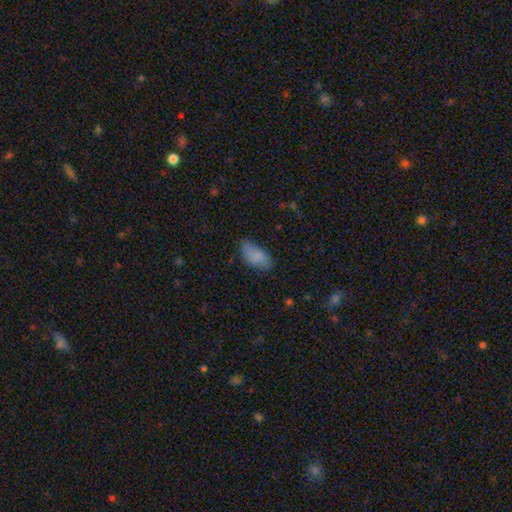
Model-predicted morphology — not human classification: A smooth galaxy with no disk features (85%) that is in between round and cigar-shaped (92%).

Vote fractions:
- Smooth or featured? smooth: 85% / featured or disk: 8% / star or artifact: 8%
- How rounded? in between: 92% / cigar-shaped: 5% / round: 3%
- Merging? none: 67% / minor disturbance: 26% / major disturbance: 6% / merger: 2%